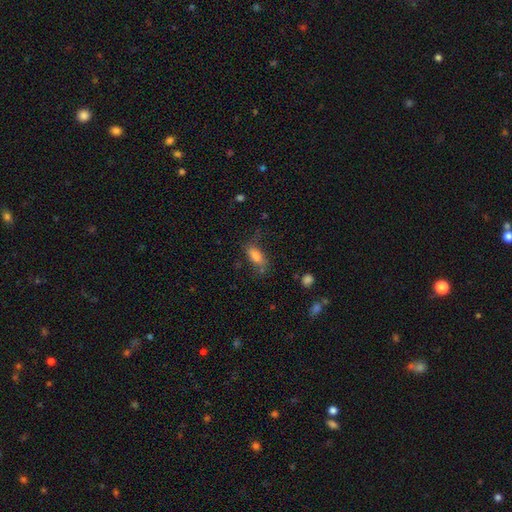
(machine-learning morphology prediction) smooth_or_featured: smooth (p=0.76) [alt: featured or disk p=0.15]
how_rounded: in between (p=0.79) [alt: cigar-shaped p=0.17]
merging: none (p=0.60) [alt: minor disturbance p=0.24]